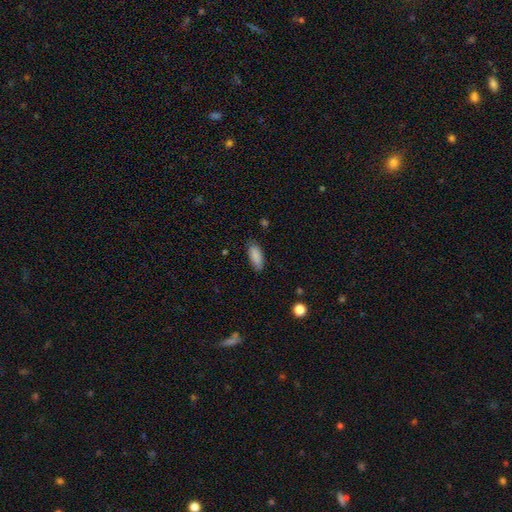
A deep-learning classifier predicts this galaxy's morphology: smooth-or-featured: smooth: 88% | star or artifact: 7% | featured or disk: 5%
  how-rounded: in between: 80% | cigar-shaped: 18% | round: 2%
  merging: none: 79% | minor disturbance: 17% | major disturbance: 3% | merger: 1%